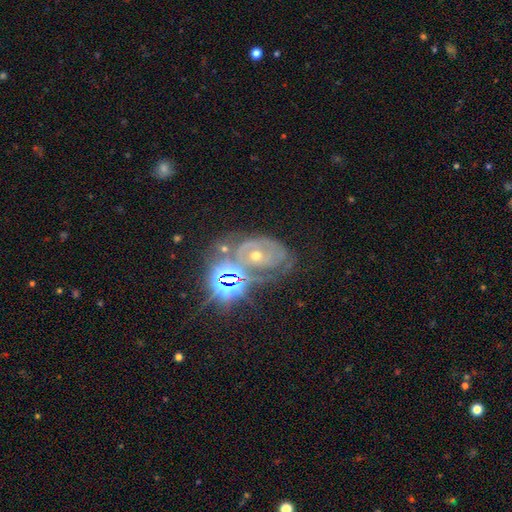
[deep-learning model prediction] featured or disk 62%, star or artifact 27%, smooth 11%. Down the decision tree: edge-on disk — no (96%); bar — no (68%); spiral arms — yes (80%); bulge size — small (53%); merging — none (56%).